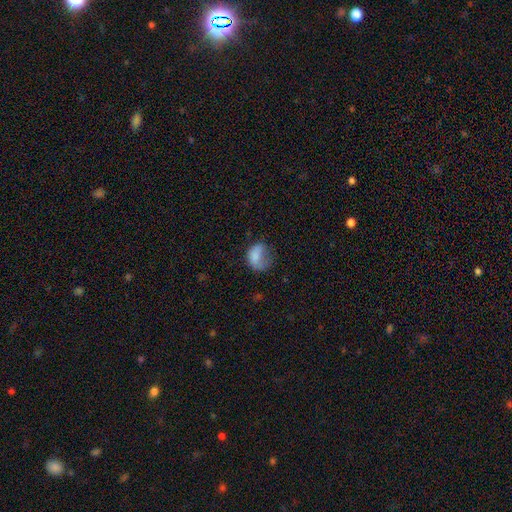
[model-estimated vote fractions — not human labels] This appears to be a smooth galaxy with no disk features (74%) that is in between round and cigar-shaped (67%). Merging: major disturbance (41%).